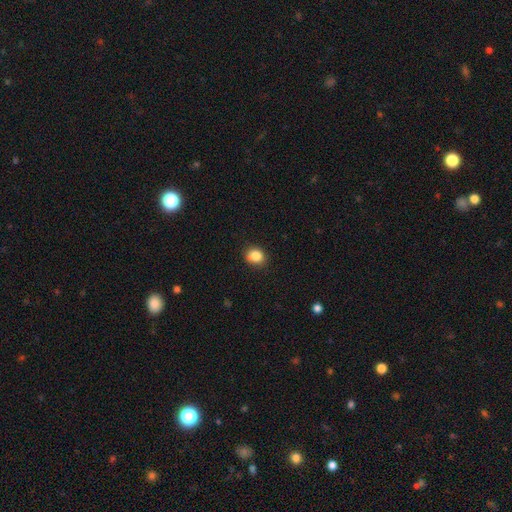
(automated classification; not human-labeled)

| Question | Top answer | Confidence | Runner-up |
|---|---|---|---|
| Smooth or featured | smooth | 85% | star or artifact (10%) |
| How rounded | round | 69% | in between (30%) |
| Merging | none | 86% | minor disturbance (10%) |